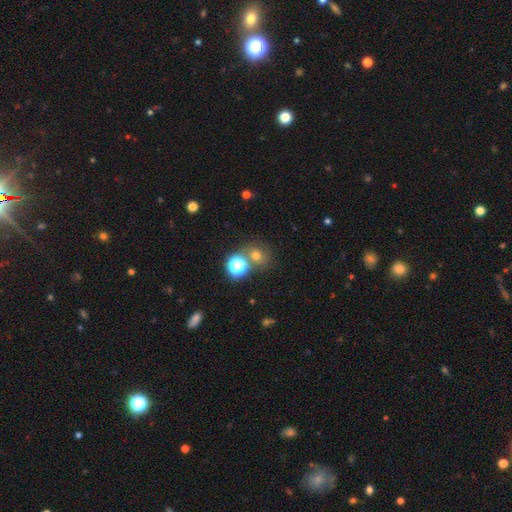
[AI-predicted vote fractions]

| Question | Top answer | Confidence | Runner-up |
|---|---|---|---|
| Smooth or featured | smooth | 64% | star or artifact (26%) |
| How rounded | round | 80% | in between (19%) |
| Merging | none | 65% | merger (20%) |